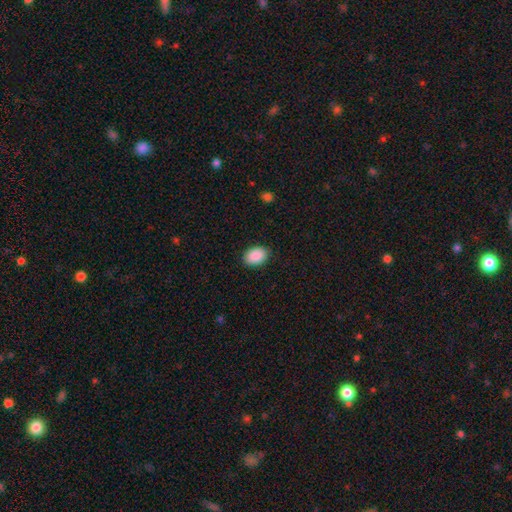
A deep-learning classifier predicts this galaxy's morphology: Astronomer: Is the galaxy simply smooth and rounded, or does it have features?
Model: smooth — 90%.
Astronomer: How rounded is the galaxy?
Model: in between — 81%.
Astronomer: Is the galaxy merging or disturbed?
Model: none — 89%.